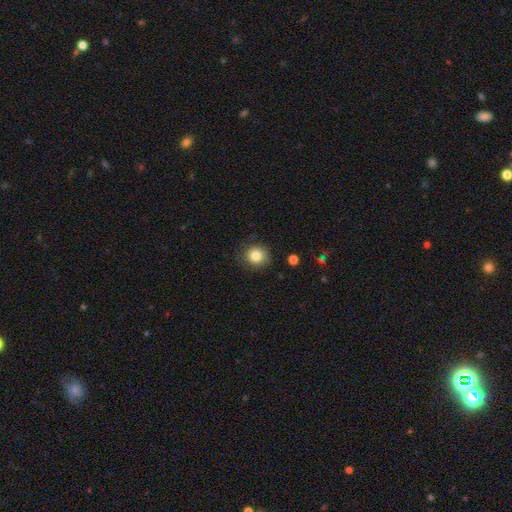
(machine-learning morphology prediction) This is clearly a smooth galaxy (83%). How rounded: clearly round (84%). Merging: clearly none (83%).